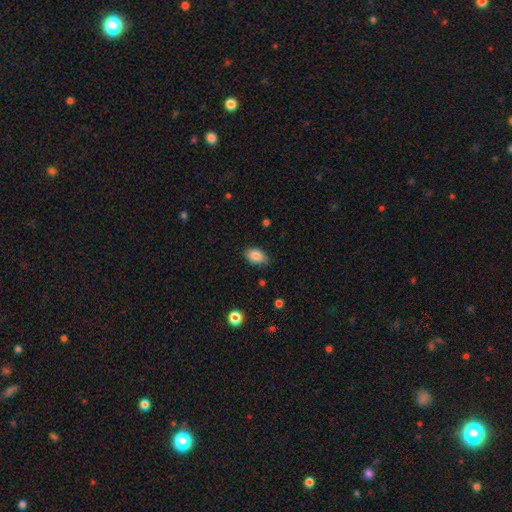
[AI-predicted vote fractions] Smooth or featured: smooth — 86% (star or artifact — 8%)
How rounded: in between — 86% (round — 13%)
Merging: none — 77% (minor disturbance — 19%)